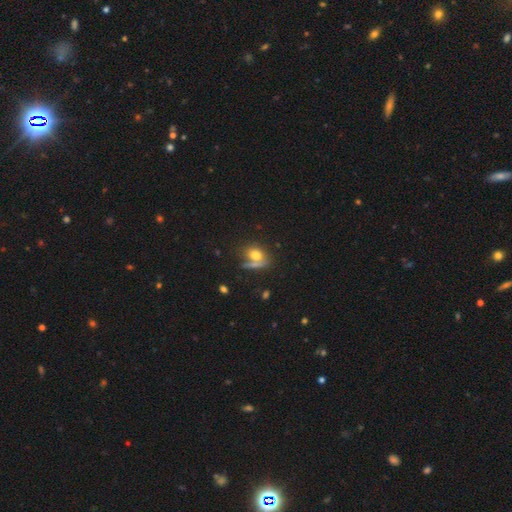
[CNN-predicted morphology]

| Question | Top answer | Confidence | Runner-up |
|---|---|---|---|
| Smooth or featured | smooth | 73% | featured or disk (16%) |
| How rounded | in between | 59% | round (37%) |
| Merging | none | 49% | merger (26%) |